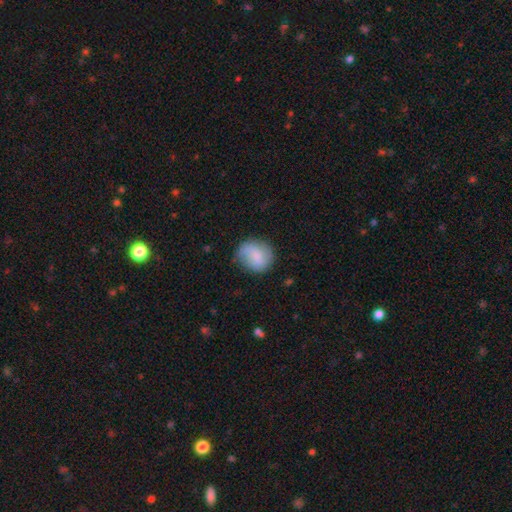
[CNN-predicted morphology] Smooth or featured?
  - smooth: 65% *
  - featured or disk: 27%
  - star or artifact: 7%
How rounded?
  - round: 78% *
  - in between: 21%
  - cigar-shaped: 1%
Merging?
  - none: 68% *
  - minor disturbance: 23%
  - major disturbance: 8%
  - merger: 2%